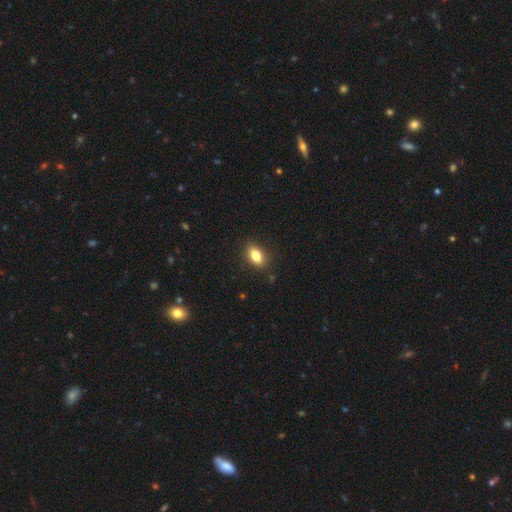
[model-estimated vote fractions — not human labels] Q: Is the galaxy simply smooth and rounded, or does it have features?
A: smooth — 83%.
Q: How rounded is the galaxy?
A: in between — 87%.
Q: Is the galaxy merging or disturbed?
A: none — 87%.